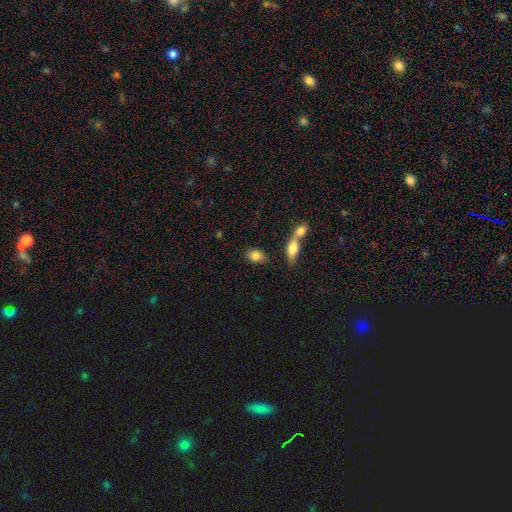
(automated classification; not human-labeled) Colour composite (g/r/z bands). It shows a smooth galaxy with no disk features (83%) that is in between round and cigar-shaped (80%). Merging: none (70%).